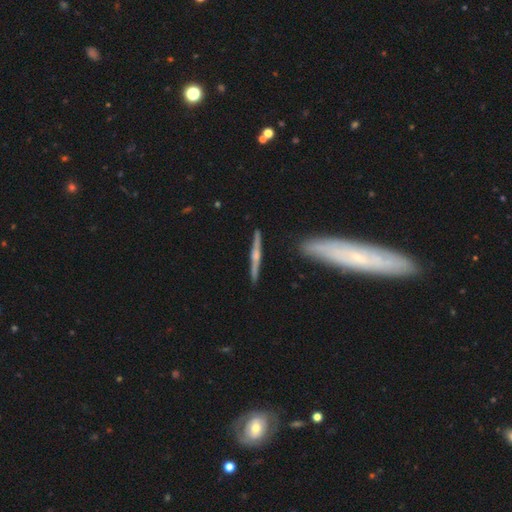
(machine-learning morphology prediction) smooth-or-featured: featured or disk: 75% | smooth: 20% | star or artifact: 6%
  disk-edge-on: yes: 98% | no: 2%
    edge-on-bulge: rounded: 80% | none: 10% | boxy: 10%
  merging: none: 89% | minor disturbance: 7% | merger: 2% | major disturbance: 2%